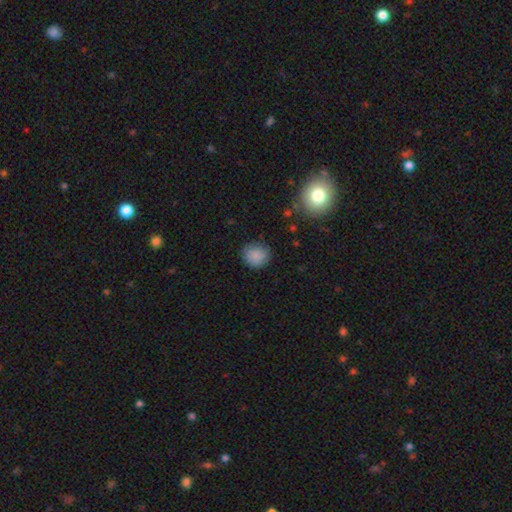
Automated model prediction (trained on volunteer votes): smooth-or-featured: smooth: 86% | star or artifact: 9% | featured or disk: 5%
  how-rounded: round: 86% | in between: 13% | cigar-shaped: 1%
  merging: none: 84% | minor disturbance: 12% | major disturbance: 3% | merger: 1%